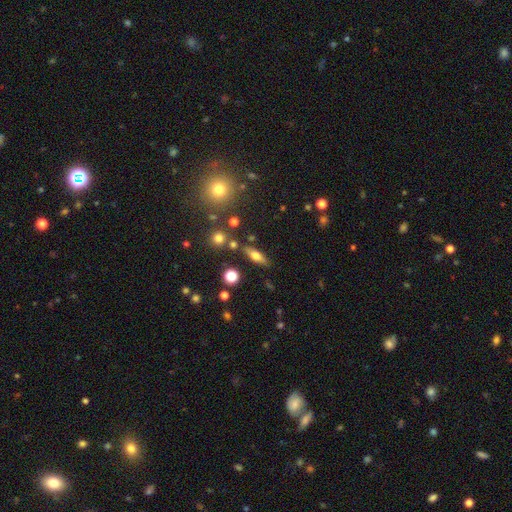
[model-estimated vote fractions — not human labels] A smooth galaxy with no disk features (58%) that is in between round and cigar-shaped (59%). Merging: none (79%).